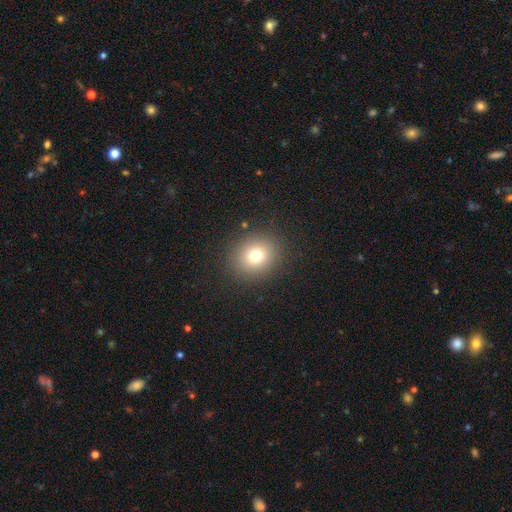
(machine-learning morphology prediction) Q: Smooth or featured?
A: smooth (75%); runner-up: star or artifact (15%)
Q: How rounded?
A: round (77%); runner-up: in between (22%)
Q: Merging?
A: none (88%); runner-up: minor disturbance (7%)